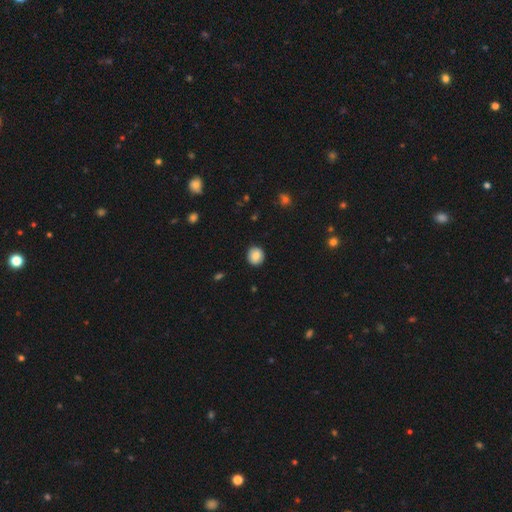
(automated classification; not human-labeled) Smooth or featured? Predicted: smooth (p=0.85). How rounded? Predicted: round (p=0.86). Merging? Predicted: none (p=0.90).